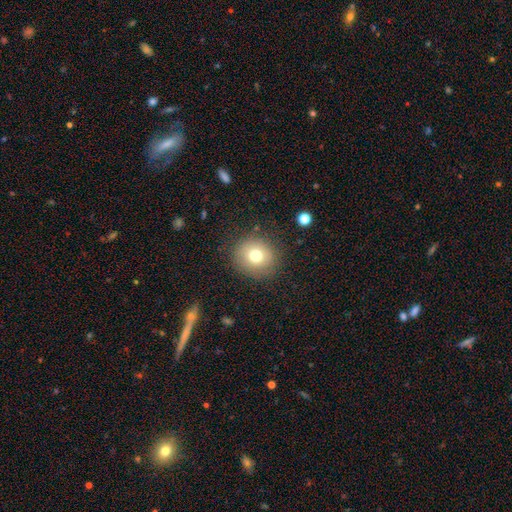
A smooth galaxy with no disk features (79%) that is round (97%).

Vote fractions:
- Smooth or featured? smooth: 79% / featured or disk: 15% / star or artifact: 5%
- How rounded? round: 97% / in between: 3% / cigar-shaped: 0%
- Merging? none: 86% / minor disturbance: 8% / major disturbance: 5% / merger: 0%